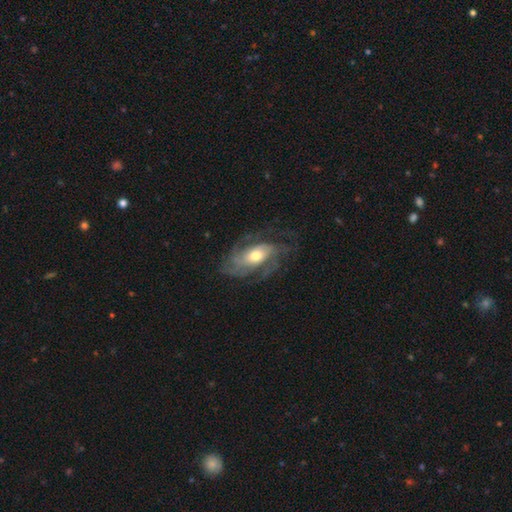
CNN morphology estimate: type=featured or disk (82%); edge-on=no (94%); bar=no (65%); spiral arms=yes (93%); winding=medium (42%); arm count=can't tell (27%, tied with 3); bulge=moderate (64%); merging=none (63%).